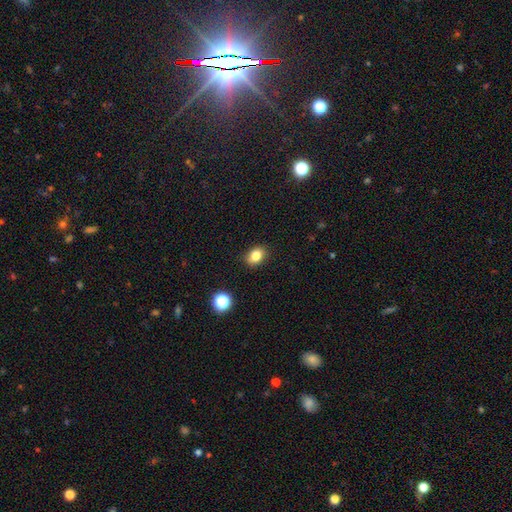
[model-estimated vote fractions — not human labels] Smooth or featured? smooth (82%)
How rounded? in between (63%)
Merging? none (88%)